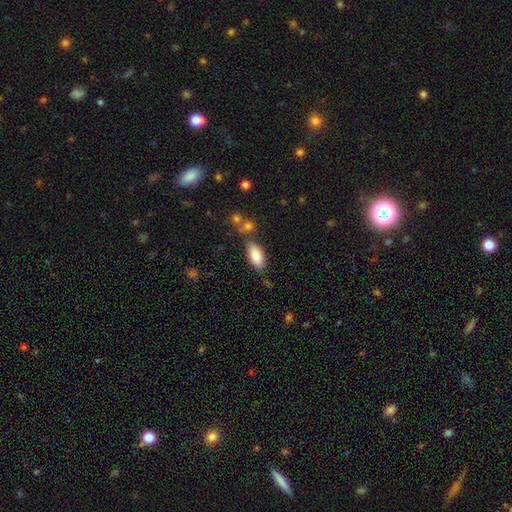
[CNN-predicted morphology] This appears to be a smooth galaxy with no disk features (82%) that is in between round and cigar-shaped (86%). Merging: none (74%).